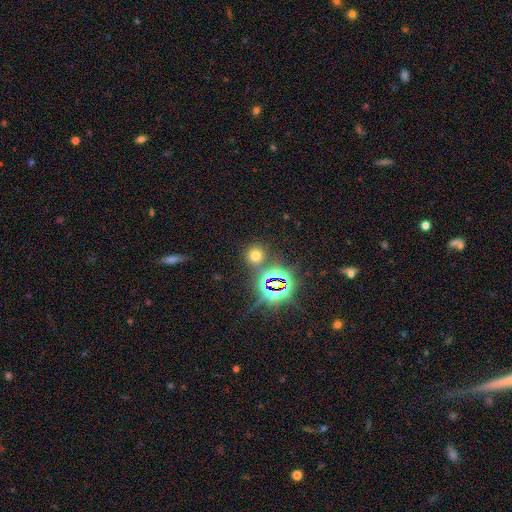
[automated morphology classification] type=smooth (56%); roundness=round (88%); merging=none (79%).